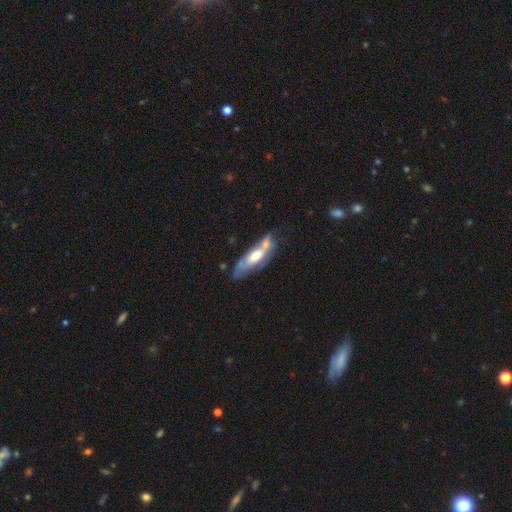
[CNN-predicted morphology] Smooth or featured? featured or disk (55%)
Edge-on disk? no (69%)
Merging? none (33%)